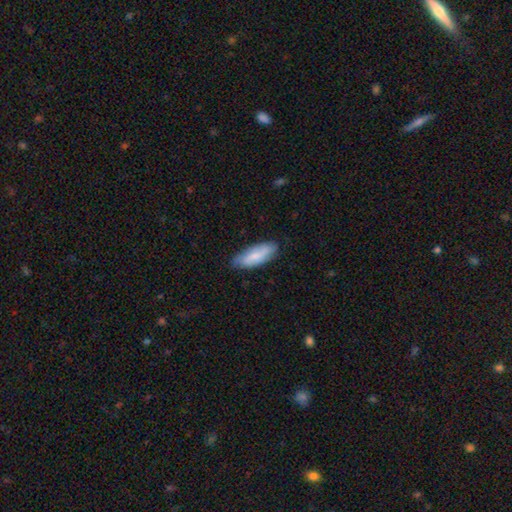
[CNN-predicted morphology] smooth 72%, featured or disk 22%, star or artifact 6%. Down the decision tree: how rounded — in between (71%); merging — none (78%).